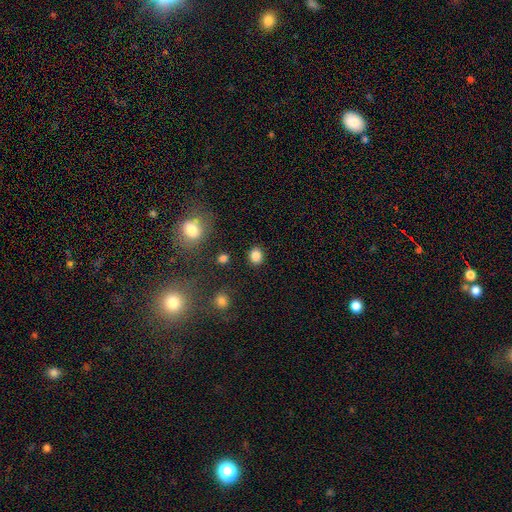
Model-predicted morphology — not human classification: A smooth galaxy with no disk features (84%) that is round (60%).

Vote fractions:
- Smooth or featured? smooth: 84% / star or artifact: 11% / featured or disk: 5%
- How rounded? round: 60% / in between: 39% / cigar-shaped: 1%
- Merging? none: 87% / minor disturbance: 8% / major disturbance: 3% / merger: 2%